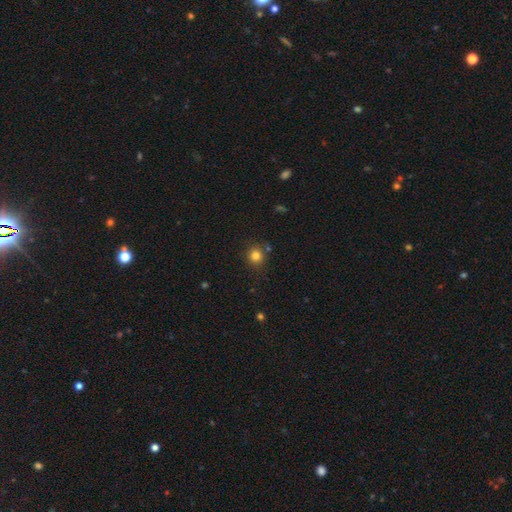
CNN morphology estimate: Q: Smooth or featured?
A: smooth (81%); runner-up: star or artifact (13%)
Q: How rounded?
A: round (91%); runner-up: in between (8%)
Q: Merging?
A: none (82%); runner-up: minor disturbance (10%)